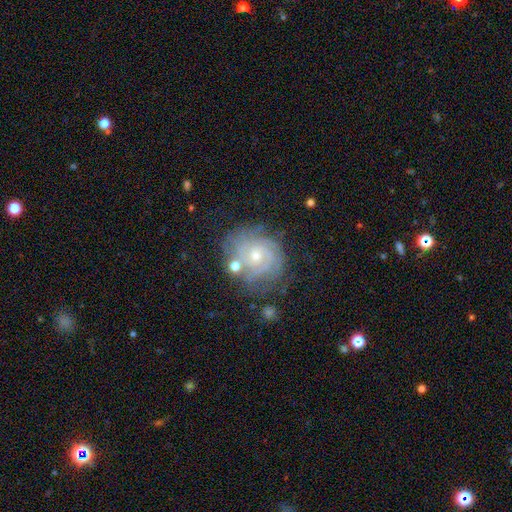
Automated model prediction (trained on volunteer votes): Smooth or featured? Predicted: featured or disk (p=0.84). Edge-on disk? Predicted: no (p=0.98). Bar? Predicted: no (p=0.73). Spiral arms? Predicted: yes (p=0.96). Spiral winding? Predicted: tight (p=0.76). Spiral arm count? Predicted: can't tell (p=0.27). Bulge size? Predicted: small (p=0.60). Merging? Predicted: none (p=0.72).